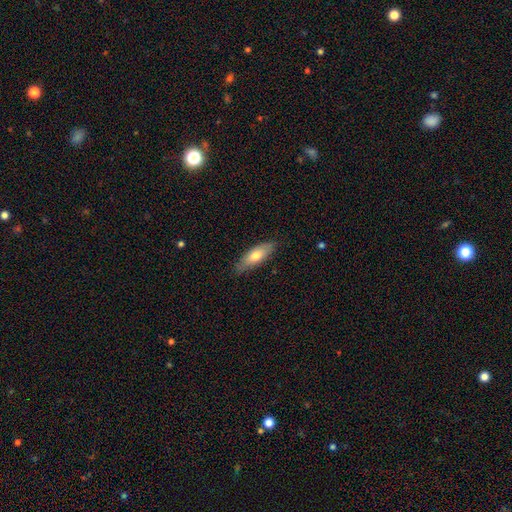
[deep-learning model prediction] The model was most divided on "how rounded": in between: 61%, cigar-shaped: 36%, round: 2%. More confident: merging — none (82%); smooth or featured — smooth (68%).